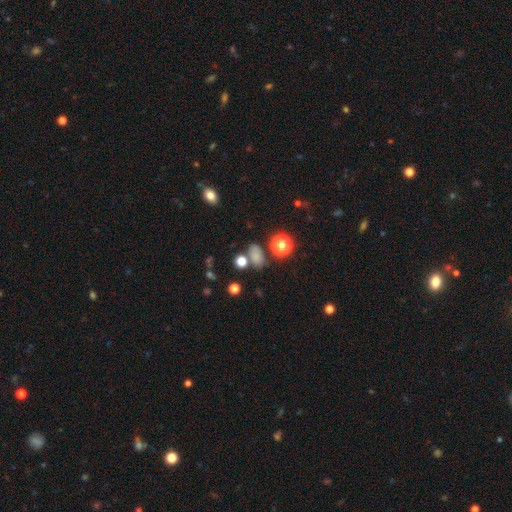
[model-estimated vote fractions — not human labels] Morphology: type=smooth (69%); roundness=in between (69%); merging=none (66%).